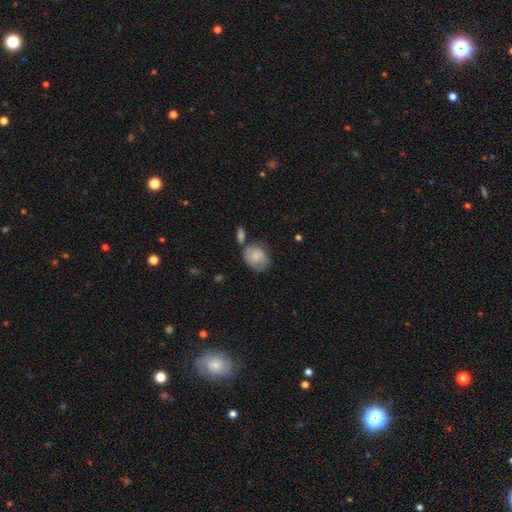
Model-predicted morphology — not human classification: smooth_or_featured: smooth (p=0.77) [alt: featured or disk p=0.16]
how_rounded: in between (p=0.55) [alt: round p=0.43]
merging: none (p=0.45) [alt: minor disturbance p=0.28]